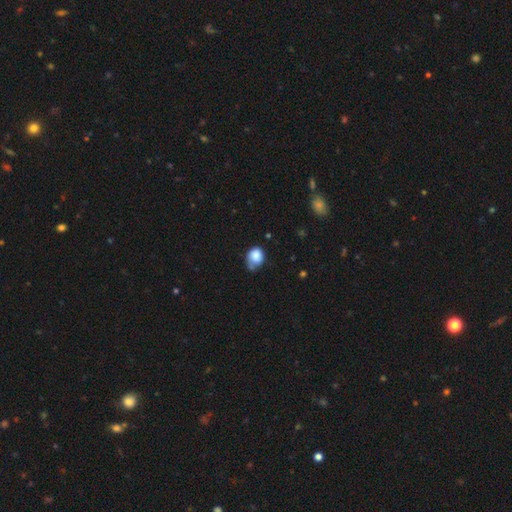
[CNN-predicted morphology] A smooth galaxy with no disk features (84%) that is round (59%). Merging: none (41%).